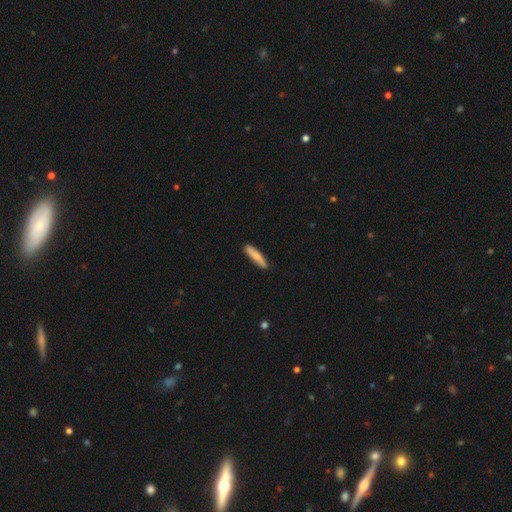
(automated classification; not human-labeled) smooth-or-featured: smooth: 77% | featured or disk: 18% | star or artifact: 5%
  how-rounded: cigar-shaped: 86% | in between: 13% | round: 2%
  merging: none: 87% | minor disturbance: 10% | major disturbance: 2% | merger: 1%